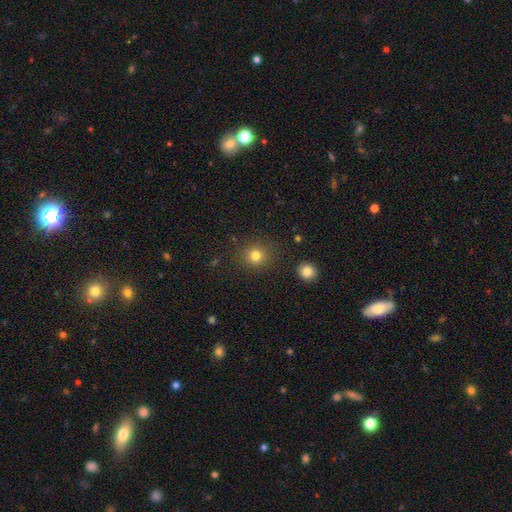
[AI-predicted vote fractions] smooth-or-featured: smooth: 81% | star or artifact: 13% | featured or disk: 6%
  how-rounded: round: 89% | in between: 10% | cigar-shaped: 1%
  merging: none: 87% | minor disturbance: 7% | major disturbance: 3% | merger: 2%